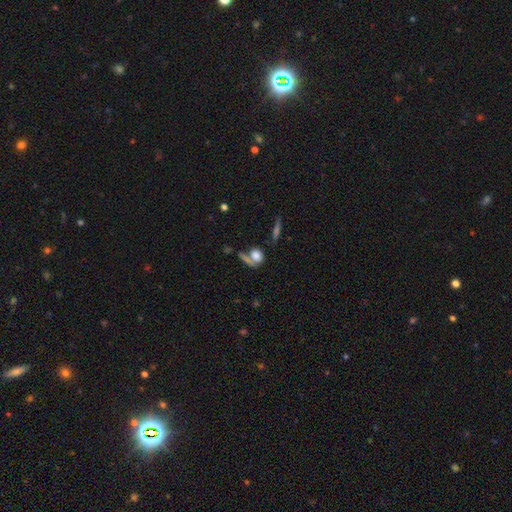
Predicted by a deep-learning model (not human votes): Smooth or featured? smooth (72%)
How rounded? round (62%)
Merging? none (48%)